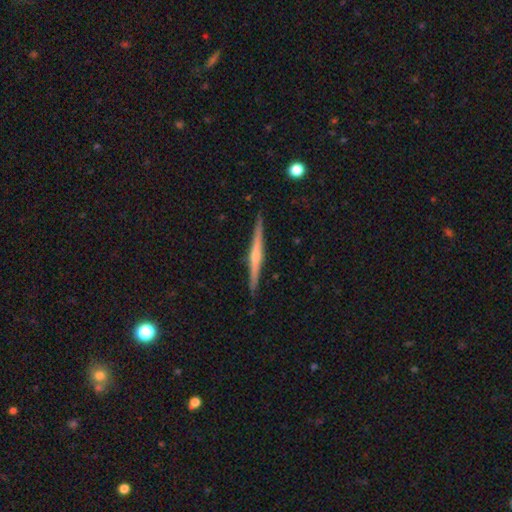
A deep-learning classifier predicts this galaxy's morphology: Overall: featured or disk (74%). Edge-on disk: yes (98%). Edge-on bulge: rounded (72%). Merging: none (92%).